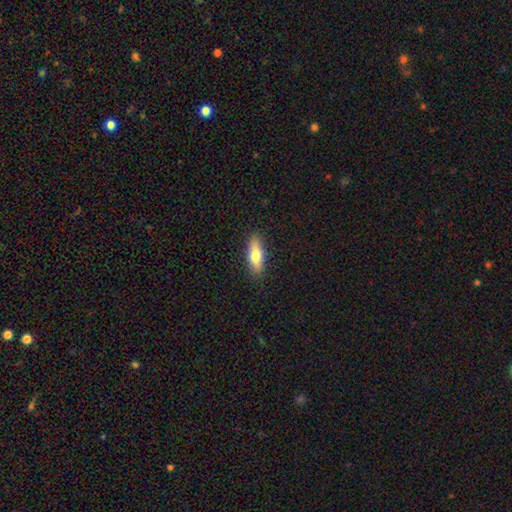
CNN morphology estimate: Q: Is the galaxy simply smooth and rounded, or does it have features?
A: smooth — 71%.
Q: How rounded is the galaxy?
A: in between — 57%.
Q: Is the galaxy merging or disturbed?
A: none — 89%.